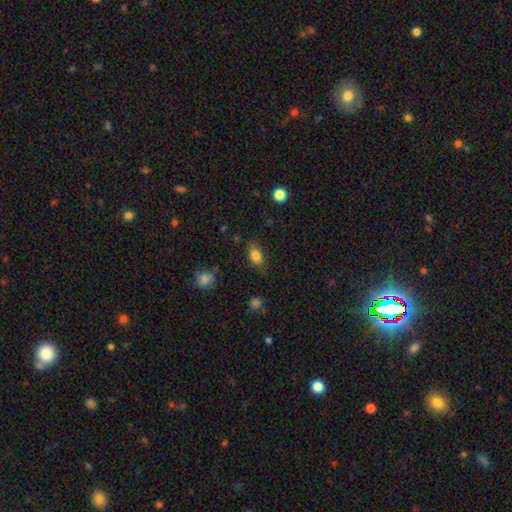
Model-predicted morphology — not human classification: This appears to be a smooth galaxy with no disk features (82%) that is in between round and cigar-shaped (85%). Merging: none (75%).